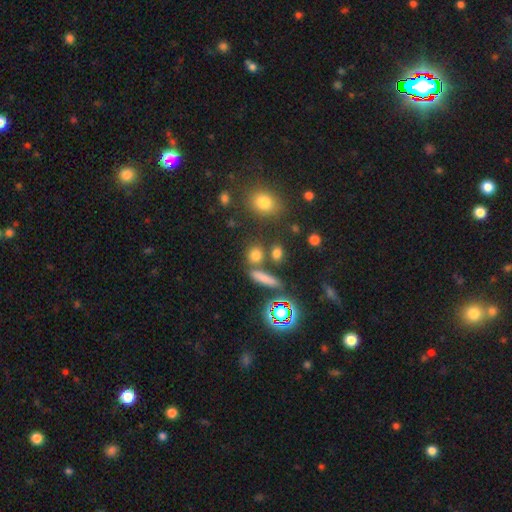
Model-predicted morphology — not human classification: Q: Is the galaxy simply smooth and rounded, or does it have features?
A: smooth — 65%.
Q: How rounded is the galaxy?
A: round — 47%.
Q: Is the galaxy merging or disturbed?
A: none — 66%.